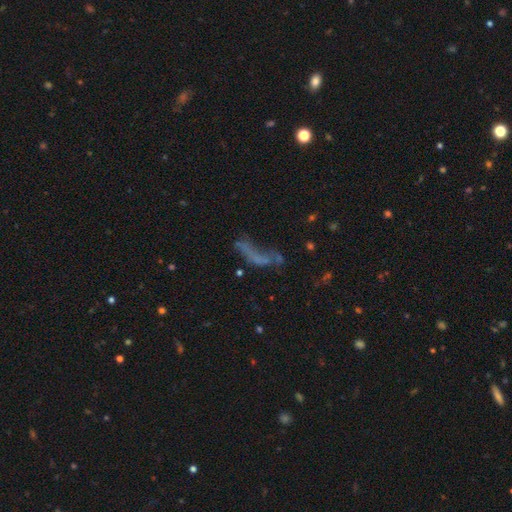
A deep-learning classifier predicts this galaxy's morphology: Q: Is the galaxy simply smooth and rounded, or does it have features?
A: smooth — 41%.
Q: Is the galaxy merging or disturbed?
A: major disturbance — 36%.